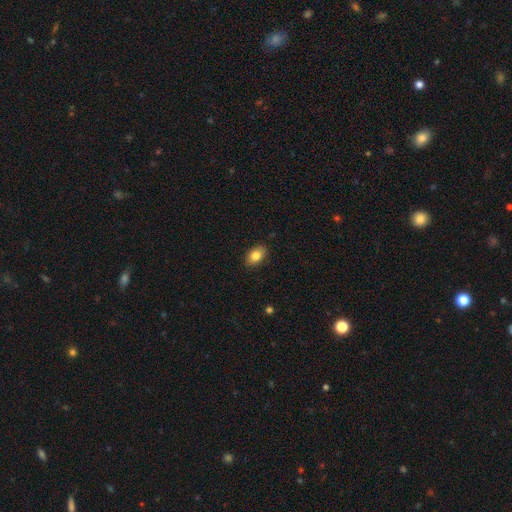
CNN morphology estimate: smooth 83%, featured or disk 8%, star or artifact 8%. Down the decision tree: how rounded — in between (86%); merging — none (88%).